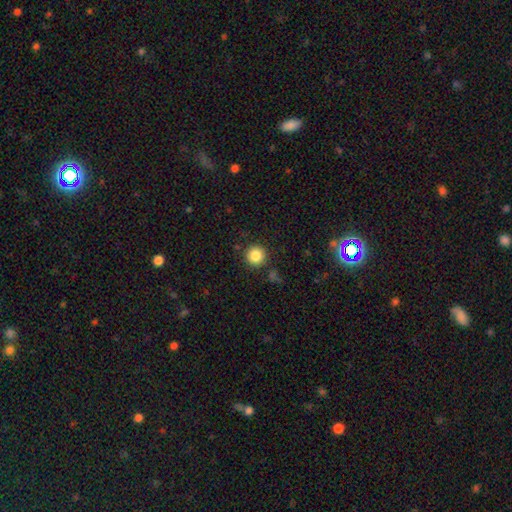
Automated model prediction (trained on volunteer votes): Morphology: type=smooth (86%); roundness=round (95%); merging=none (88%).